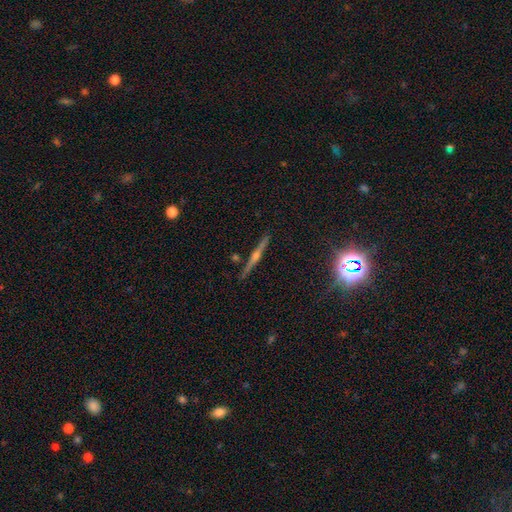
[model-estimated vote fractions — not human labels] This is likely a featured or disk galaxy (77%). It is clearly viewed edge-on (98%). Edge-on bulge: clearly rounded (90%). Merging: clearly none (90%).